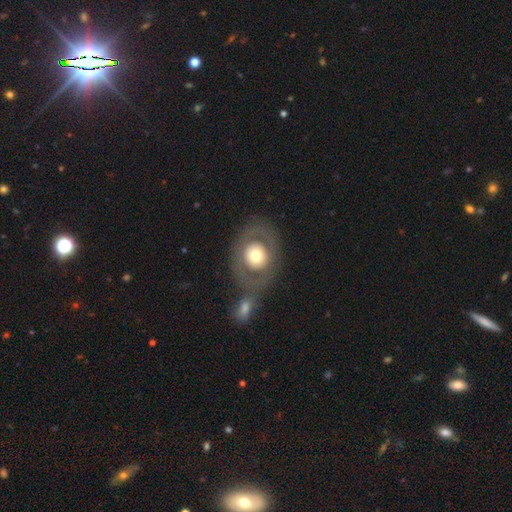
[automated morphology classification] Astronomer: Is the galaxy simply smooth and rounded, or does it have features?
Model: smooth — 48% (runner-up: featured or disk, 45%).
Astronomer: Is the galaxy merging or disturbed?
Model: none — 64%.